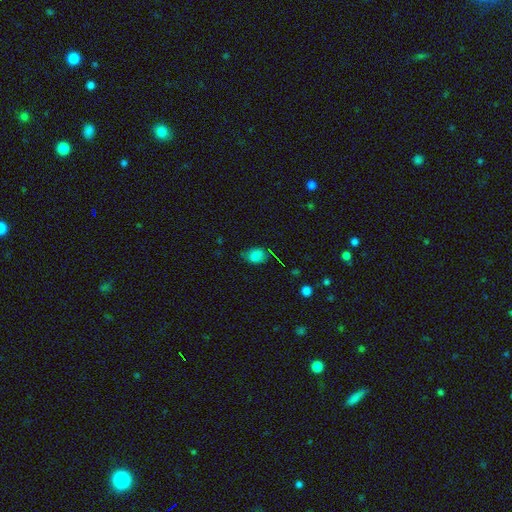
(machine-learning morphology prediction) smooth-or-featured: smooth: 78% | star or artifact: 16% | featured or disk: 6%
  how-rounded: in between: 66% | round: 33% | cigar-shaped: 1%
  merging: none: 63% | minor disturbance: 28% | major disturbance: 7% | merger: 2%